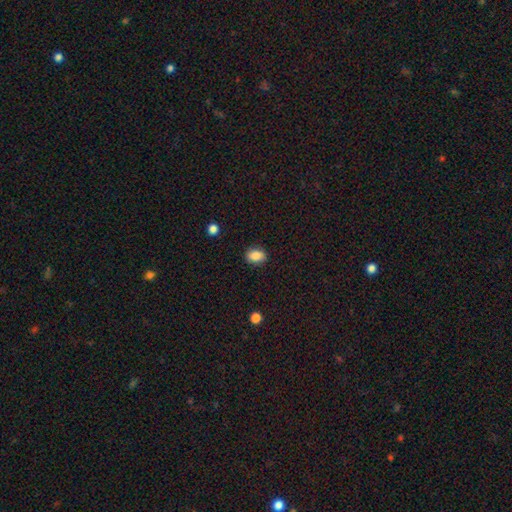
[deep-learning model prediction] Q: Smooth or featured?
A: smooth (87%); runner-up: star or artifact (9%)
Q: How rounded?
A: in between (68%); runner-up: round (30%)
Q: Merging?
A: none (87%); runner-up: minor disturbance (10%)